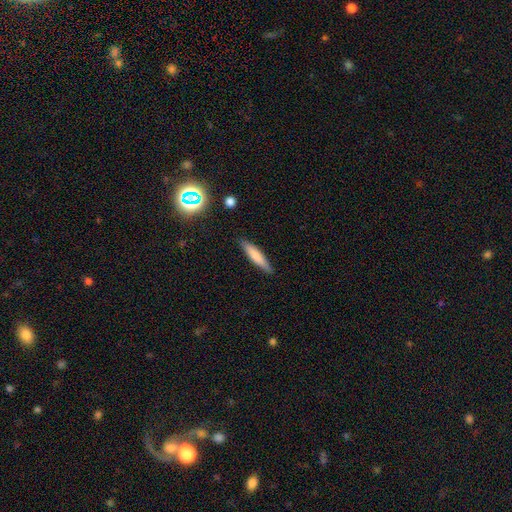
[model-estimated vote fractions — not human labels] Smooth or featured? Predicted: smooth (p=0.71). How rounded? Predicted: cigar-shaped (p=0.87). Merging? Predicted: none (p=0.87).